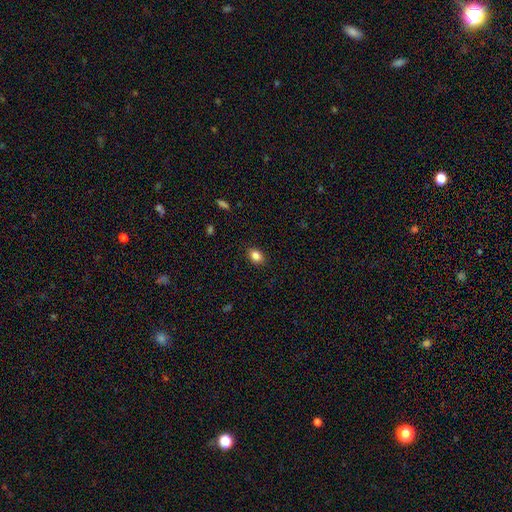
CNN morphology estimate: This appears to be a smooth galaxy with no disk features (85%) that is in between round and cigar-shaped (70%). Merging: none (88%).